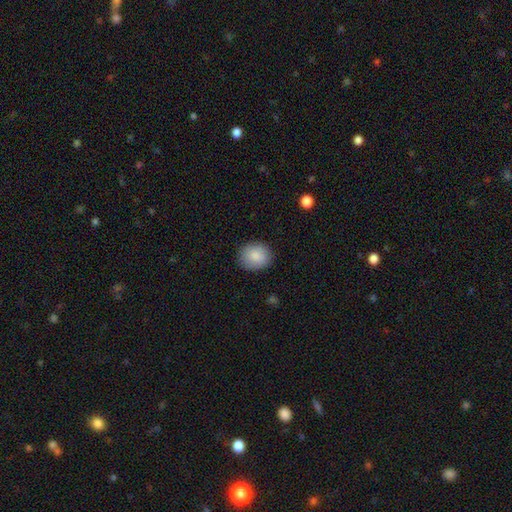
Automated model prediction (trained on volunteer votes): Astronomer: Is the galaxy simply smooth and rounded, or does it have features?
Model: smooth — 87%.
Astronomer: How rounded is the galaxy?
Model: round — 71%.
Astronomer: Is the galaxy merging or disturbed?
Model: none — 87%.